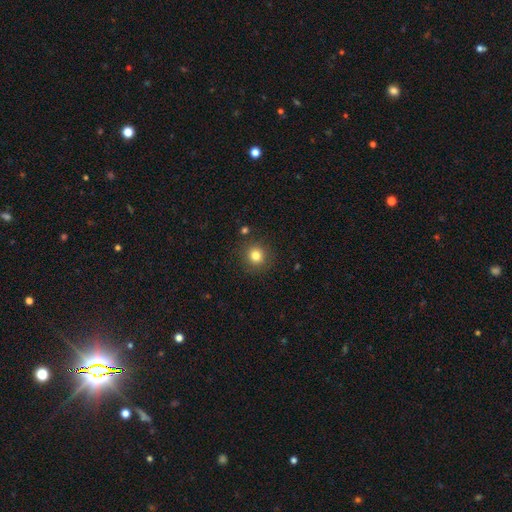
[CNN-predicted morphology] smooth-or-featured: smooth: 81% | star or artifact: 13% | featured or disk: 7%
  how-rounded: round: 90% | in between: 9% | cigar-shaped: 1%
  merging: none: 88% | minor disturbance: 7% | major disturbance: 3% | merger: 2%